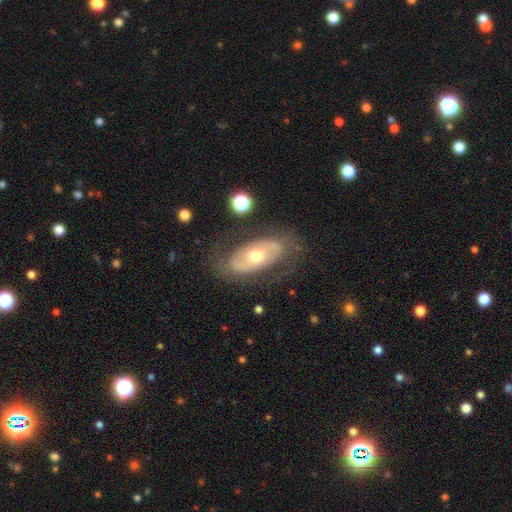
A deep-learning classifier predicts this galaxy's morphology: Smooth or featured?
  - featured or disk: 61% *
  - smooth: 33%
  - star or artifact: 6%
Edge-on disk?
  - no: 89% *
  - yes: 11%
Bar?
  - no: 79% *
  - weak: 15%
  - strong: 7%
Spiral arms?
  - no: 65% *
  - yes: 35%
Bulge size?
  - moderate: 73% *
  - small: 16%
  - large: 9%
  - dominant: 1%
  - none: 1%
Merging?
  - none: 73% *
  - minor disturbance: 16%
  - major disturbance: 10%
  - merger: 2%